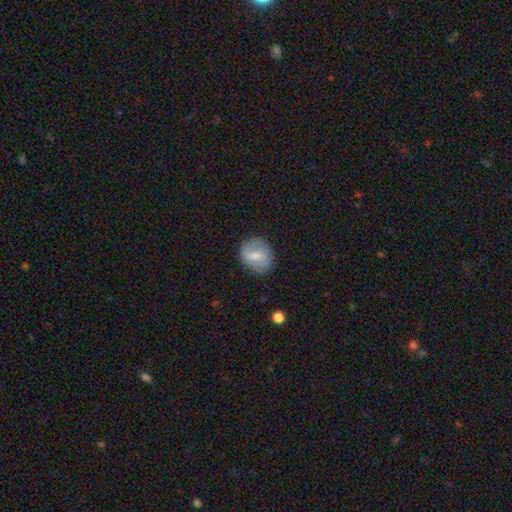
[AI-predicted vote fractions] The model was most divided on "smooth or featured": smooth: 58%, featured or disk: 35%, star or artifact: 7%. More confident: merging — none (79%); how rounded — round (63%).